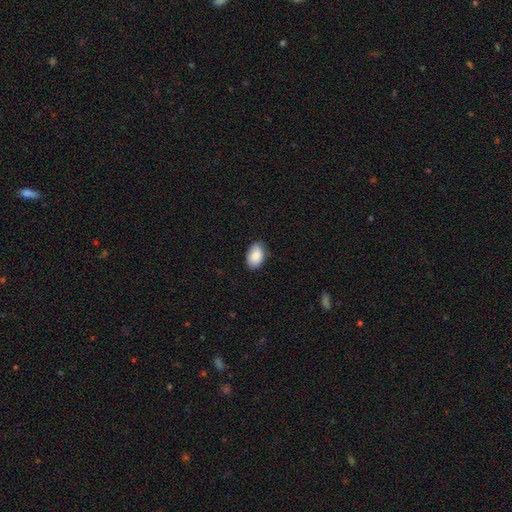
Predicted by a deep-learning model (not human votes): Overall: smooth (87%). How rounded: in between (90%). Merging: none (80%).